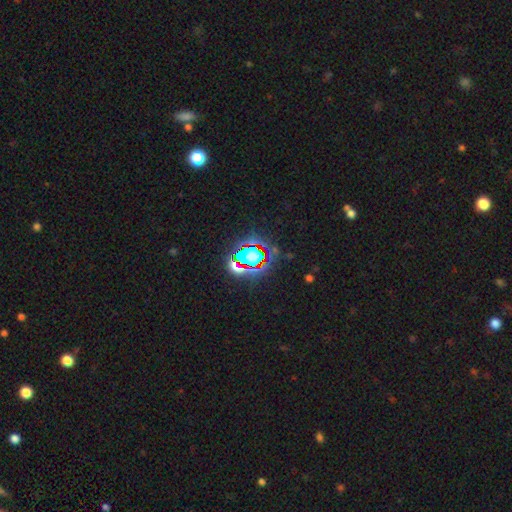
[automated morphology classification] Q: Smooth or featured?
A: star or artifact (72%); runner-up: smooth (16%)